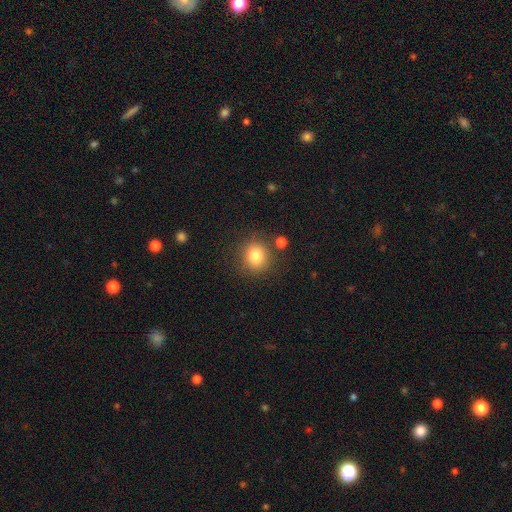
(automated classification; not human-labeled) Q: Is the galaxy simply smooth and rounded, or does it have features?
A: smooth — 82%.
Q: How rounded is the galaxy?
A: round — 84%.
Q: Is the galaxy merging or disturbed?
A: none — 80%.